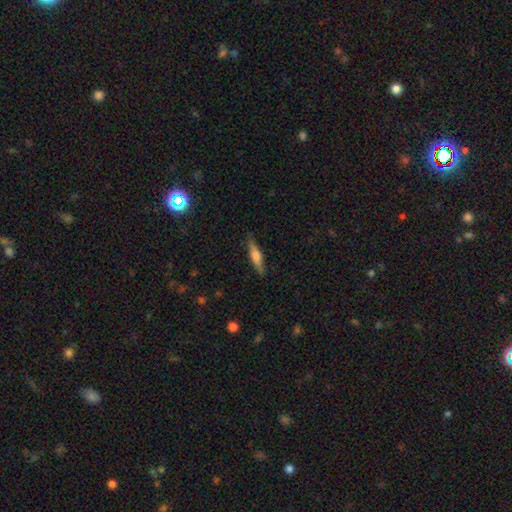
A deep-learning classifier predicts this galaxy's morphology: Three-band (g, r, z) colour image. It shows a smooth galaxy with no disk features (55%) that is cigar-shaped (81%). Merging: none (86%).